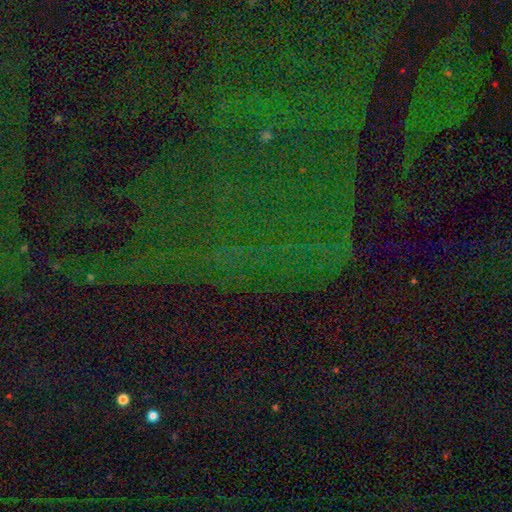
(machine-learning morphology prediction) A star or artifact, not a galaxy (84%).